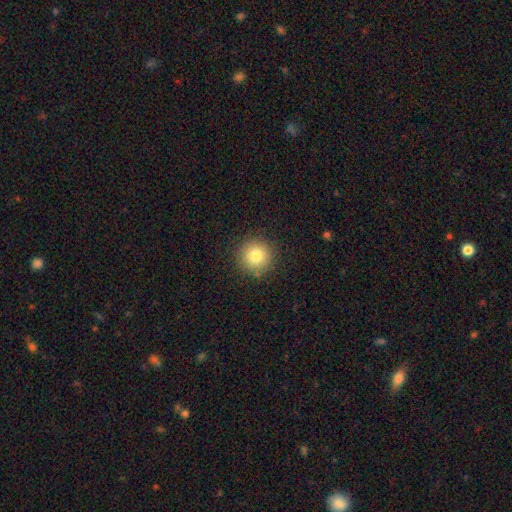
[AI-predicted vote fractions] Smooth or featured: smooth — 81% (star or artifact — 10%)
How rounded: round — 95% (in between — 4%)
Merging: none — 89% (minor disturbance — 7%)